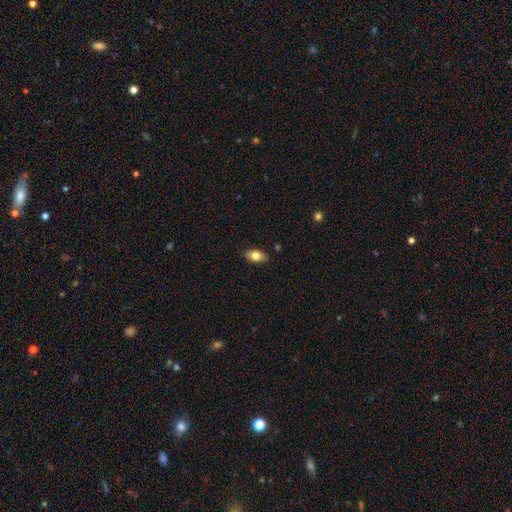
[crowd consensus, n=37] A smooth galaxy with no disk features (84%) that is in between round and cigar-shaped (90%).

Vote fractions:
- Smooth or featured? smooth: 84% / featured or disk: 11% / star or artifact: 5%
- How rounded? in between: 90% / cigar-shaped: 6% / round: 3%
- Merging? none: 91% / minor disturbance: 9% / major disturbance: 0% / merger: 0%